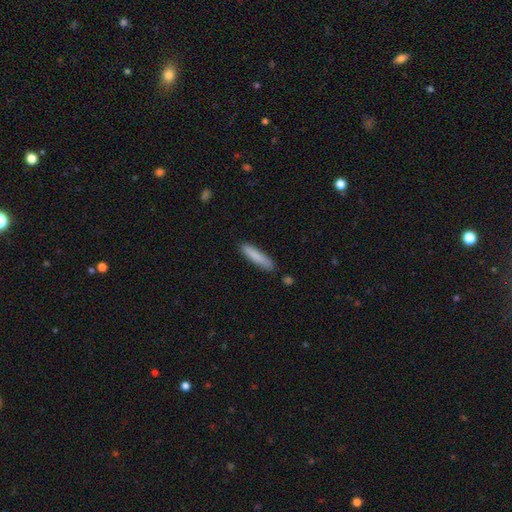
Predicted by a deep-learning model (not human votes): The model was most divided on "merging": none: 84%, minor disturbance: 11%, merger: 2%, major disturbance: 2%. More confident: how rounded — cigar-shaped (88%); smooth or featured — smooth (84%).